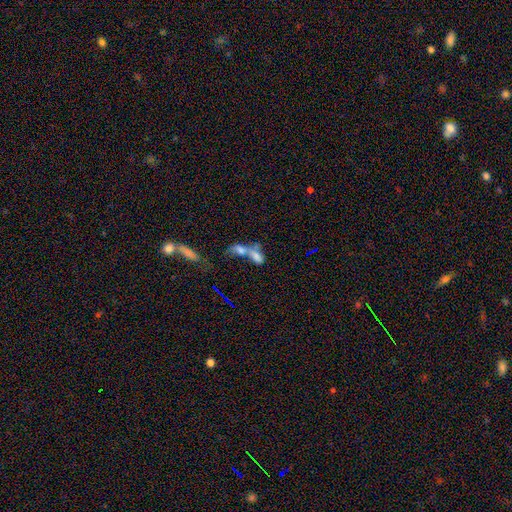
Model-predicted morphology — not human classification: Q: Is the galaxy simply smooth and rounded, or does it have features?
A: smooth — 62%.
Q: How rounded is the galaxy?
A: in between — 75%.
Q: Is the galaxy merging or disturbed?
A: merger — 73%.